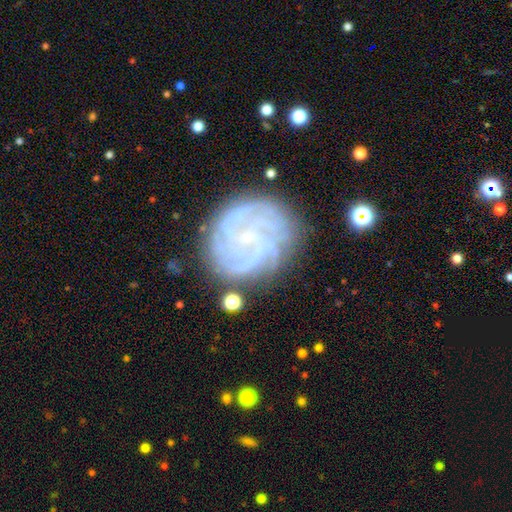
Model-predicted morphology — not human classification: A featured or disk galaxy (82%) with no bar (57%), 4 (29%) tight (62%) spiral arms (95%) and a small central bulge (67%).

Vote fractions:
- Smooth or featured? featured or disk: 82% / smooth: 9% / star or artifact: 9%
- Edge-on disk? no: 98% / yes: 2%
- Bar? no: 57% / weak: 34% / strong: 9%
- Spiral arms? yes: 95% / no: 5%
- Spiral winding? tight: 62% / medium: 29% / loose: 9%
- Spiral arm count? 4: 29% / can't tell: 23% / more than 4: 20% / 3: 13% / 2: 8% / 1: 7%
- Bulge size? small: 67% / none: 22% / moderate: 9% / large: 1% / dominant: 1%
- Merging? none: 75% / minor disturbance: 15% / major disturbance: 8% / merger: 2%